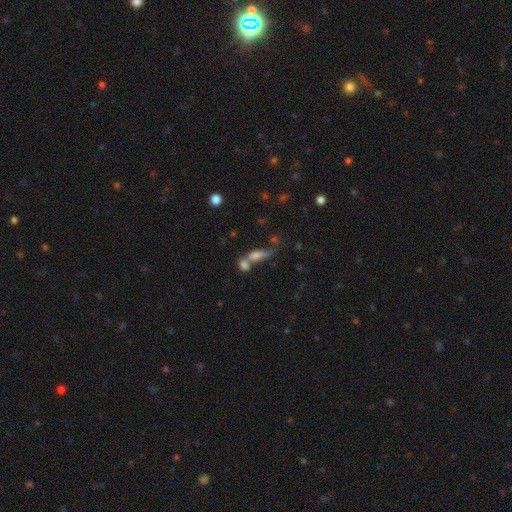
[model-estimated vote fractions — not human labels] Q: Smooth or featured?
A: smooth (67%); runner-up: featured or disk (21%)
Q: How rounded?
A: in between (59%); runner-up: cigar-shaped (33%)
Q: Merging?
A: merger (53%); runner-up: none (28%)